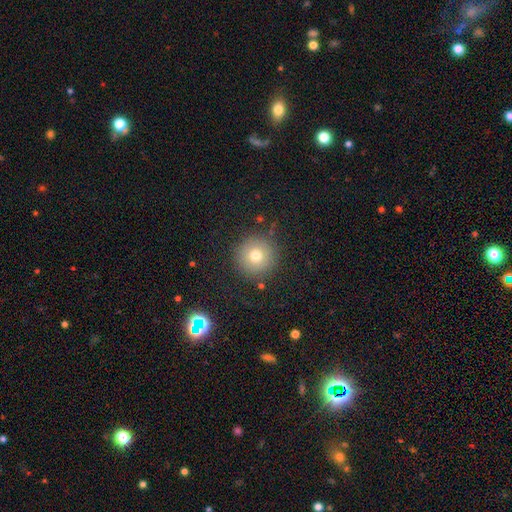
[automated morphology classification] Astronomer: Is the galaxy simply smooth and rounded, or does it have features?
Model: smooth — 73%.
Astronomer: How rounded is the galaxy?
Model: round — 96%.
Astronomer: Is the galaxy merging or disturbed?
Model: none — 87%.